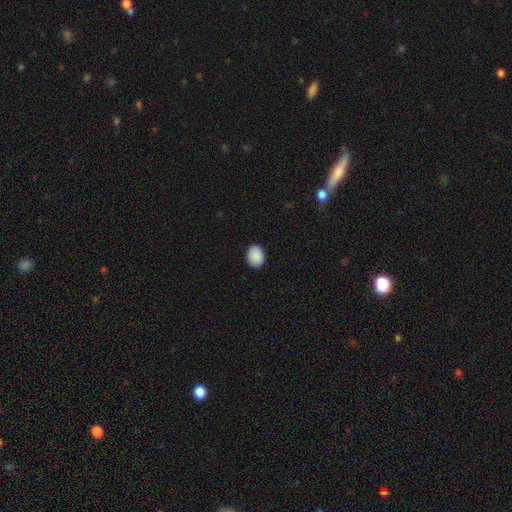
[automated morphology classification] A smooth galaxy with no disk features (90%) that is in between round and cigar-shaped (55%). Merging: none (91%).